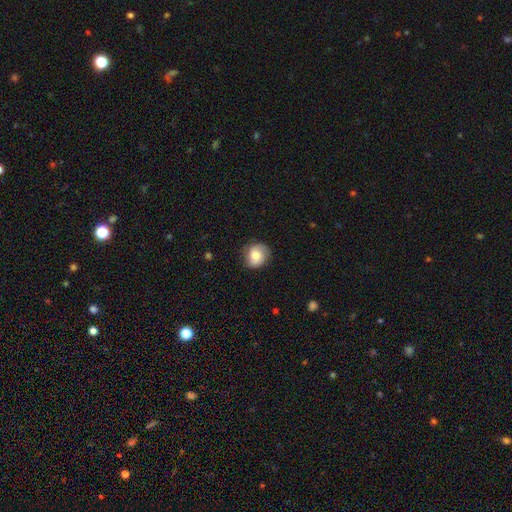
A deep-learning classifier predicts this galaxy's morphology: Smooth or featured? Predicted: smooth (p=0.70). How rounded? Predicted: round (p=0.76). Merging? Predicted: none (p=0.77).